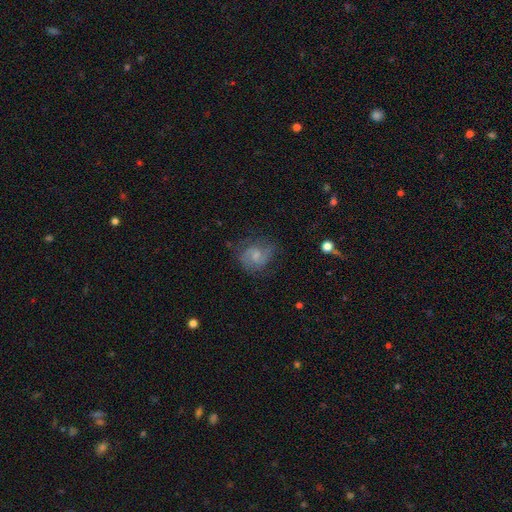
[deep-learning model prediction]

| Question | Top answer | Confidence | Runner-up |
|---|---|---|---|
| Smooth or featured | featured or disk | 57% | smooth (35%) |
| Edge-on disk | no | 98% | yes (2%) |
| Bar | no | 47% | weak (46%) |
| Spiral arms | yes | 85% | no (15%) |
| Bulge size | small | 45% | moderate (35%) |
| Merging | none | 63% | minor disturbance (23%) |